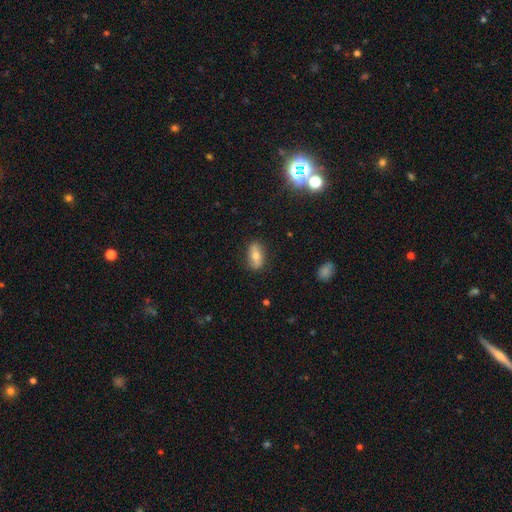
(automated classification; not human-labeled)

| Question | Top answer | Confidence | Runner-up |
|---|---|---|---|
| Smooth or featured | smooth | 64% | featured or disk (28%) |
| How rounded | in between | 84% | cigar-shaped (9%) |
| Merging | none | 84% | minor disturbance (12%) |